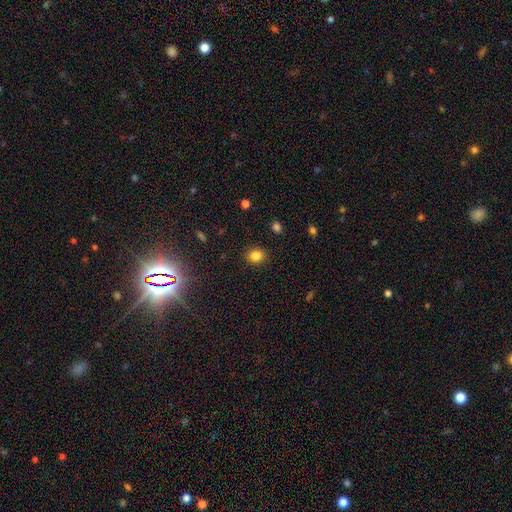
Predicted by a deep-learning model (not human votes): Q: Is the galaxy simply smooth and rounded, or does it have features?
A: smooth — 83%.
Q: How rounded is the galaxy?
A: round — 60%.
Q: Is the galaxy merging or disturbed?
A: none — 89%.